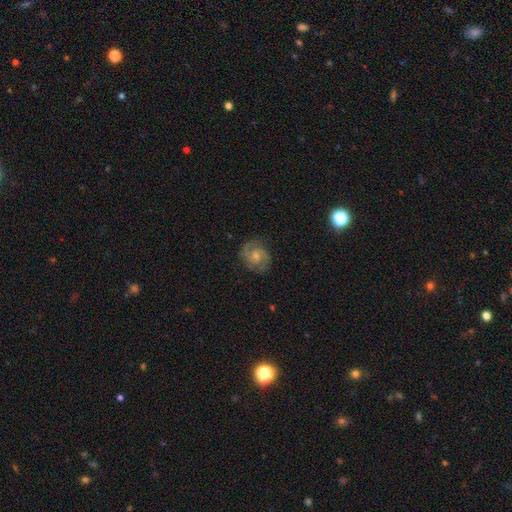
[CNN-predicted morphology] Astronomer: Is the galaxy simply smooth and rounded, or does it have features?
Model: featured or disk — 75%.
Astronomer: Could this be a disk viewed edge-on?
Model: no — 98%.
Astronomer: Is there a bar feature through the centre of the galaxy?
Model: no — 63%.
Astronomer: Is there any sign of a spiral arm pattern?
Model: yes — 94%.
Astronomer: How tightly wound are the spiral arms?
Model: medium — 51% (runner-up: tight, 33%).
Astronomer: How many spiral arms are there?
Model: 2 — 77%.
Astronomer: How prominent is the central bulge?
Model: small — 52% (runner-up: moderate, 37%).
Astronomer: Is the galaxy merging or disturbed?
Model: none — 76%.